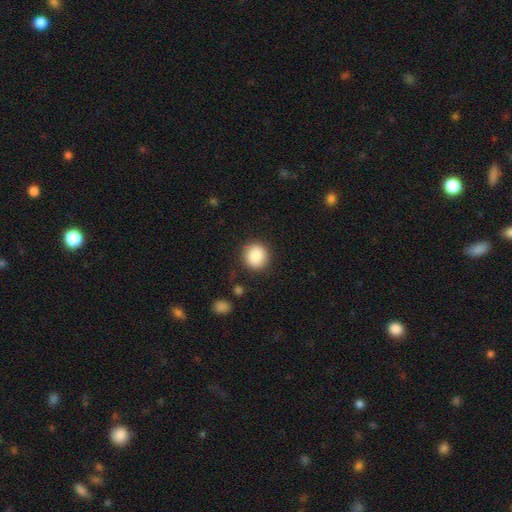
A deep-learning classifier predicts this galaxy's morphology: Smooth or featured? smooth (88%)
How rounded? round (90%)
Merging? none (87%)